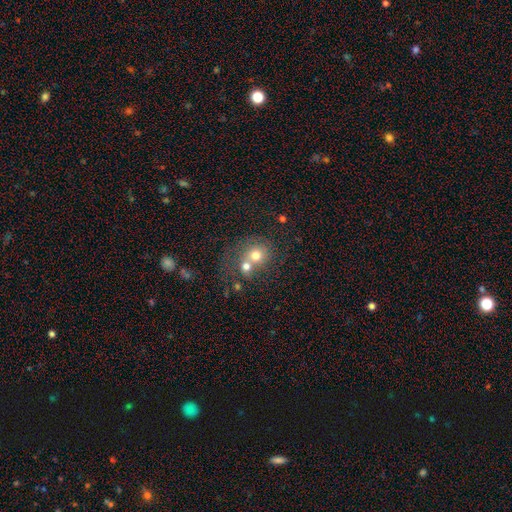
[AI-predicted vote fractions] Morphology: type=smooth (66%); roundness=round (77%); merging=merger (59%).